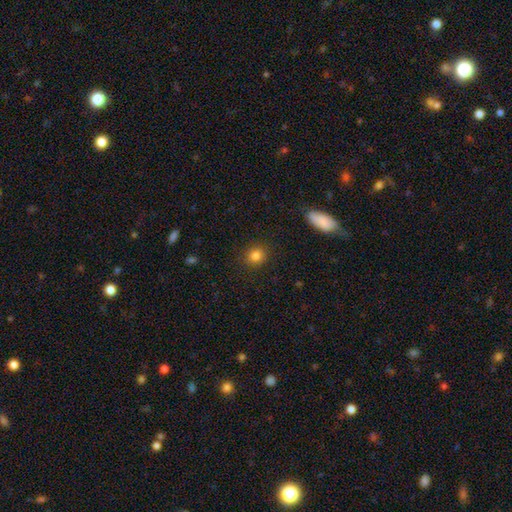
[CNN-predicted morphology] smooth 84%, star or artifact 11%, featured or disk 5%. Down the decision tree: how rounded — round (80%); merging — none (90%).